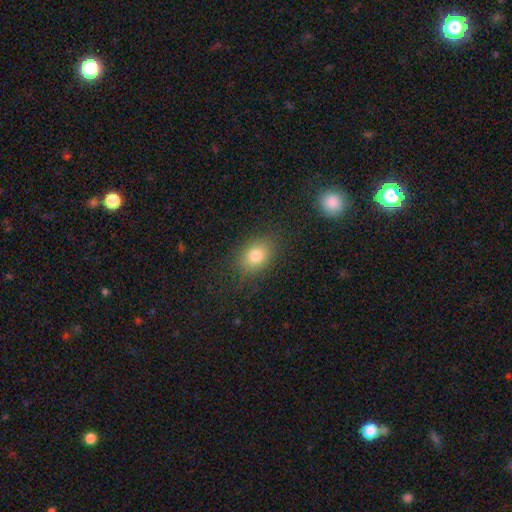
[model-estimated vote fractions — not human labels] This is likely a smooth galaxy (80%). How rounded: likely in between (68%). Merging: clearly none (83%).